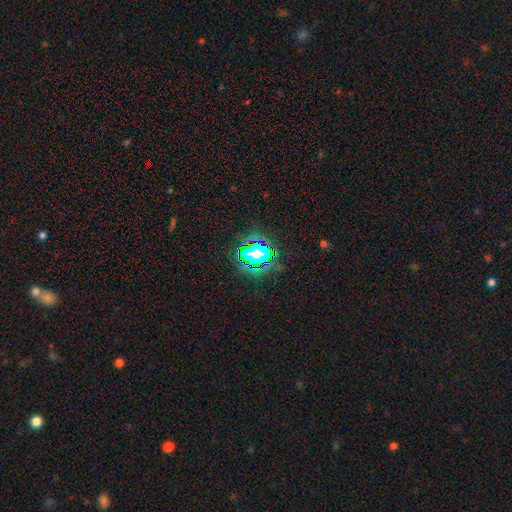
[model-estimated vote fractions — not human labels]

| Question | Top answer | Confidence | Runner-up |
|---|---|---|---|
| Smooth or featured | star or artifact | 63% | smooth (24%) |